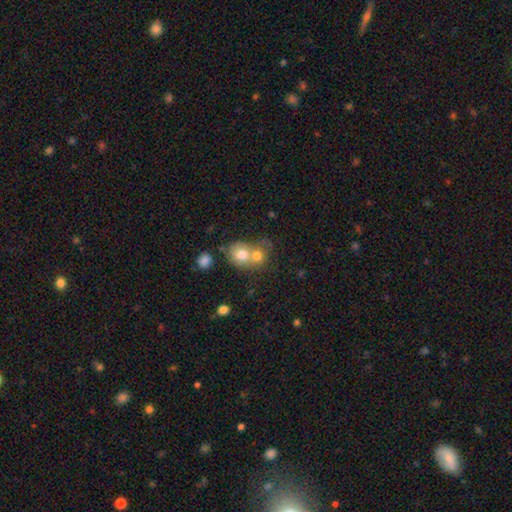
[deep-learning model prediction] Smooth or featured? Predicted: smooth (p=0.69). How rounded? Predicted: round (p=0.73). Merging? Predicted: merger (p=0.61).